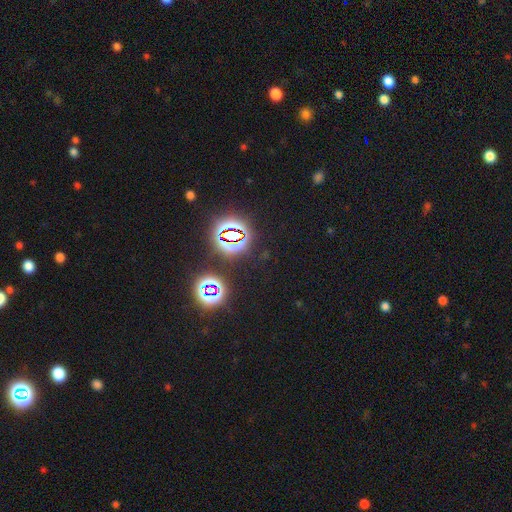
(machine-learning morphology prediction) Smooth or featured? star or artifact (81%)